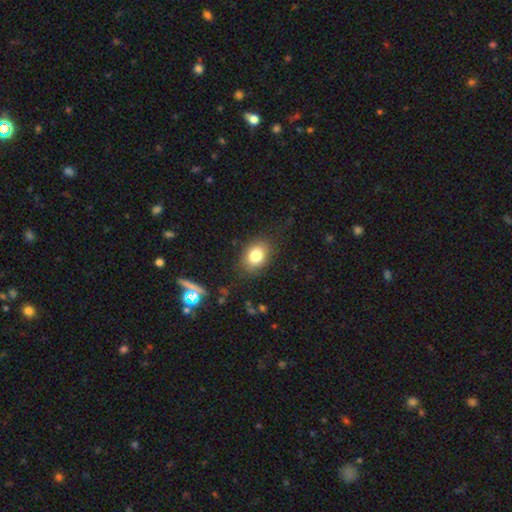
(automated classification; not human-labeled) Overall: smooth (80%). How rounded: in between (59%; round 40%). Merging: none (82%).